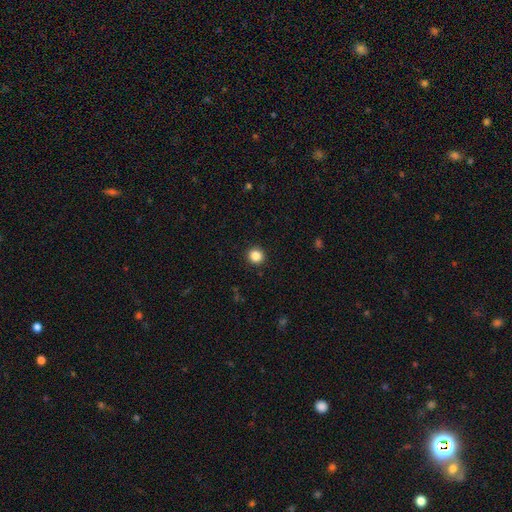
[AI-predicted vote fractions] Q: Smooth or featured?
A: smooth (85%); runner-up: star or artifact (11%)
Q: How rounded?
A: round (93%); runner-up: in between (6%)
Q: Merging?
A: none (93%); runner-up: minor disturbance (5%)